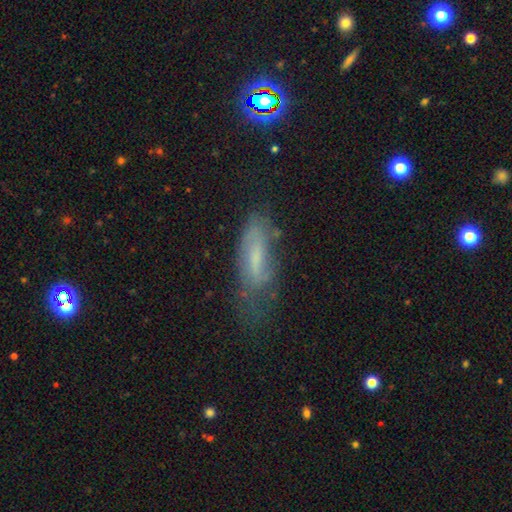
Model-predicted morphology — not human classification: Overall: smooth (49%; featured or disk 42%). Merging: none (45%; minor disturbance 31%).